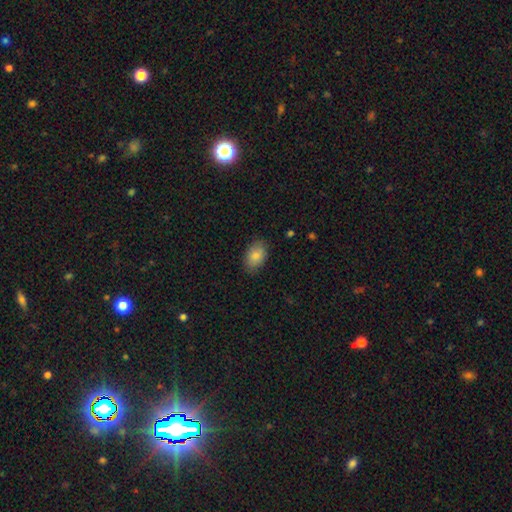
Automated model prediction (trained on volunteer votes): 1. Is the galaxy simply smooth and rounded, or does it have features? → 85% smooth, 8% featured or disk, 7% star or artifact.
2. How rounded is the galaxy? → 89% in between, 10% round, 1% cigar-shaped.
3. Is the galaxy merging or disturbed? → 84% none, 12% minor disturbance, 3% major disturbance, 1% merger.